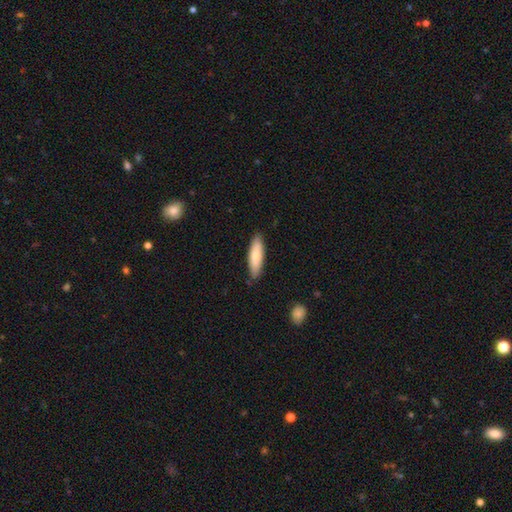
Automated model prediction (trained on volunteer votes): A smooth galaxy with no disk features (74%) that is cigar-shaped (54%).

Vote fractions:
- Smooth or featured? smooth: 74% / featured or disk: 20% / star or artifact: 6%
- How rounded? cigar-shaped: 54% / in between: 45% / round: 2%
- Merging? none: 85% / minor disturbance: 12% / major disturbance: 2% / merger: 1%